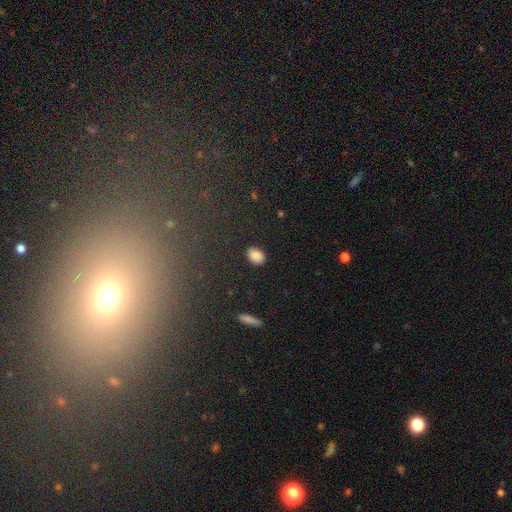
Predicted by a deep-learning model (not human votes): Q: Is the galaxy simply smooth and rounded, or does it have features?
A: smooth — 86%.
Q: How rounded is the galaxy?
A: in between — 74%.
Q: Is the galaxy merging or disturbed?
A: none — 87%.